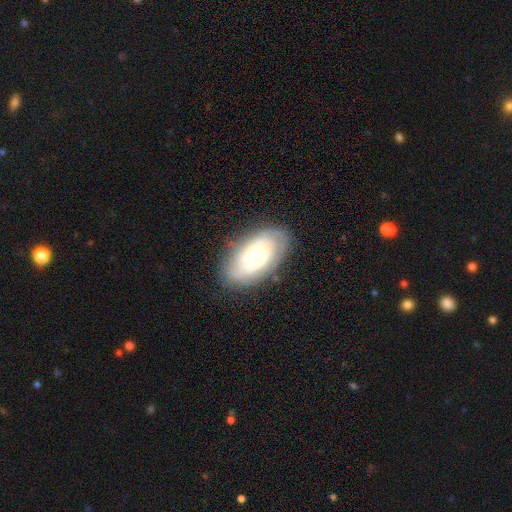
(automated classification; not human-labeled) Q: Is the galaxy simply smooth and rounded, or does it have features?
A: featured or disk — 63%.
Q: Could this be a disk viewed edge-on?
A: no — 94%.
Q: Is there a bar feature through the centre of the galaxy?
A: no — 68%.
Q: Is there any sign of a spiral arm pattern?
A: yes — 86%.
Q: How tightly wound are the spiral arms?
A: tight — 64%.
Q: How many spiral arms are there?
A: can't tell — 43%.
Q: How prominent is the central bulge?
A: small — 46%.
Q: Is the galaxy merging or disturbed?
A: none — 80%.